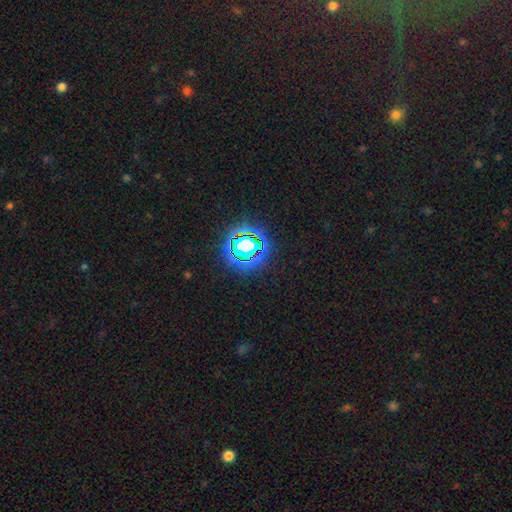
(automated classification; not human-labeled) Overall: star or artifact (82%).